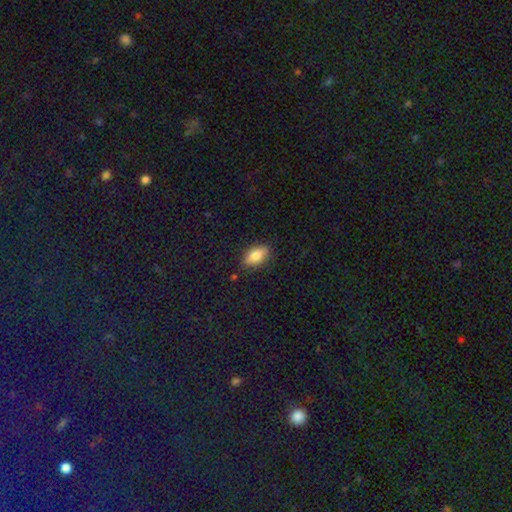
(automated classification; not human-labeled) Smooth or featured? Predicted: smooth (p=0.80). How rounded? Predicted: in between (p=0.87). Merging? Predicted: none (p=0.83).